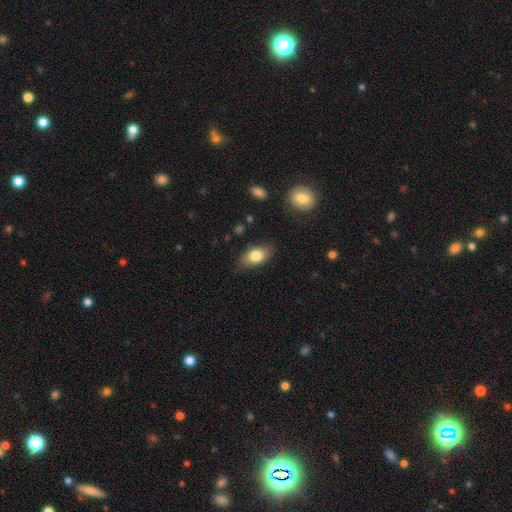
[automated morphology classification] Smooth or featured?
  - smooth: 80% *
  - featured or disk: 13%
  - star or artifact: 7%
How rounded?
  - in between: 89% *
  - round: 8%
  - cigar-shaped: 3%
Merging?
  - none: 81% *
  - minor disturbance: 15%
  - major disturbance: 3%
  - merger: 1%